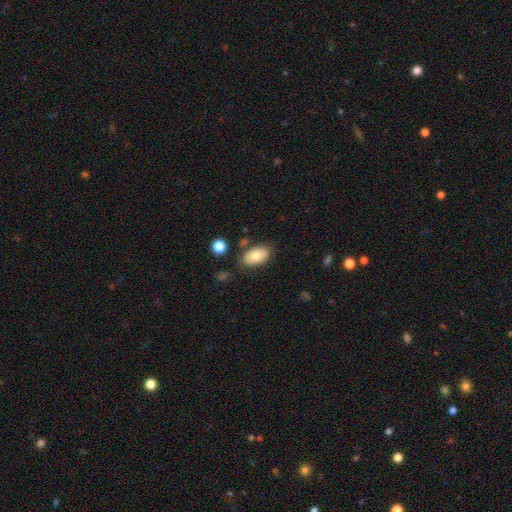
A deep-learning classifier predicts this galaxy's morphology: Smooth or featured? smooth (76%)
How rounded? in between (93%)
Merging? none (77%)